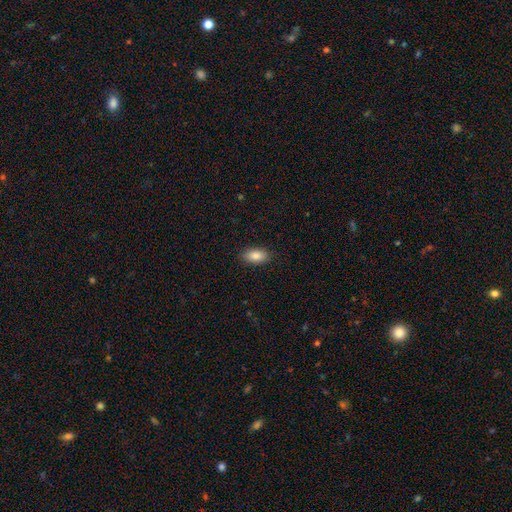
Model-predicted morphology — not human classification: Smooth or featured?
  - smooth: 87% *
  - star or artifact: 7%
  - featured or disk: 6%
How rounded?
  - in between: 92% *
  - round: 5%
  - cigar-shaped: 4%
Merging?
  - none: 88% *
  - minor disturbance: 9%
  - major disturbance: 2%
  - merger: 1%